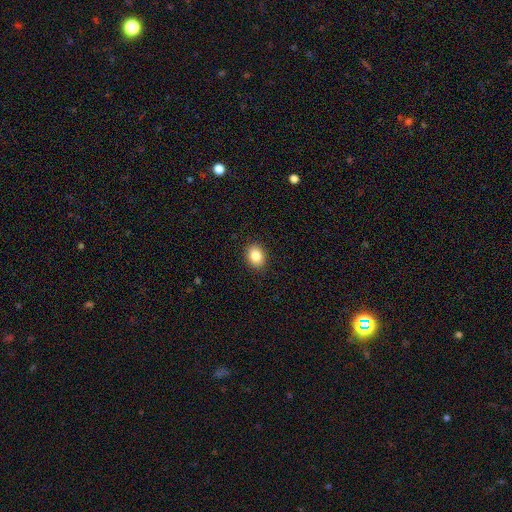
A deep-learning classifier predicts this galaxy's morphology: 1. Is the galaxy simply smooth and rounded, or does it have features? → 85% smooth, 9% star or artifact, 6% featured or disk.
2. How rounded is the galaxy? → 56% in between, 43% round, 1% cigar-shaped.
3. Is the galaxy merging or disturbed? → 90% none, 7% minor disturbance, 2% major disturbance, 1% merger.